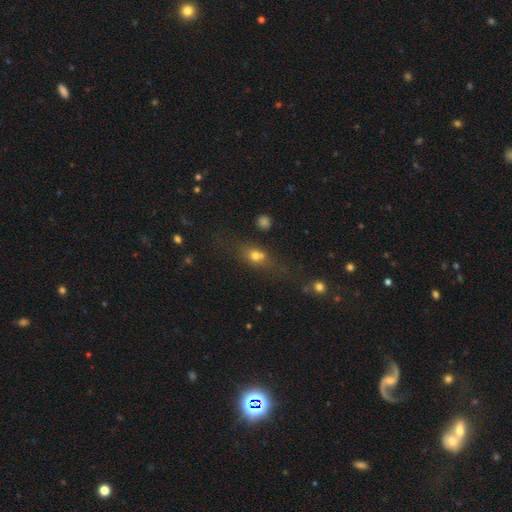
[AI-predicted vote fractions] smooth-or-featured: smooth: 62% | featured or disk: 21% | star or artifact: 17%
  how-rounded: in between: 48% | round: 36% | cigar-shaped: 16%
  merging: none: 48% | merger: 24% | minor disturbance: 16% | major disturbance: 13%